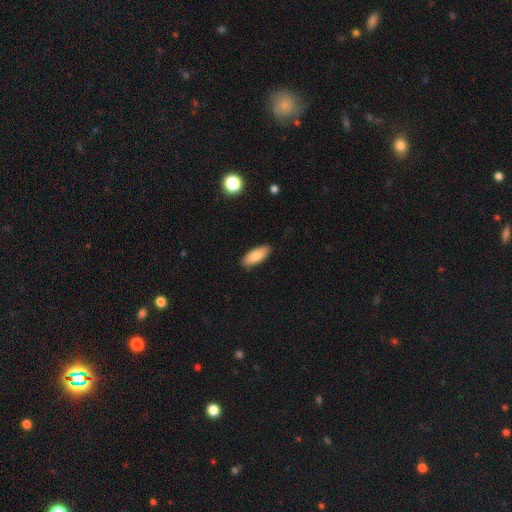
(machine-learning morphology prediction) smooth_or_featured: smooth (p=0.84) [alt: featured or disk p=0.10]
how_rounded: in between (p=0.79) [alt: cigar-shaped p=0.19]
merging: none (p=0.88) [alt: minor disturbance p=0.09]